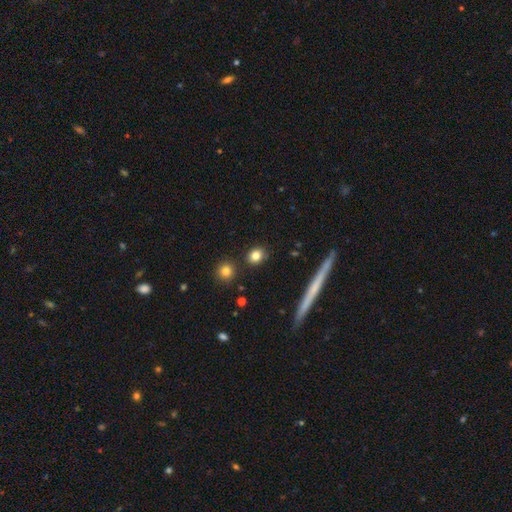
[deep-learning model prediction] Q: Smooth or featured?
A: smooth (82%); runner-up: star or artifact (10%)
Q: How rounded?
A: round (72%); runner-up: in between (25%)
Q: Merging?
A: none (86%); runner-up: minor disturbance (8%)